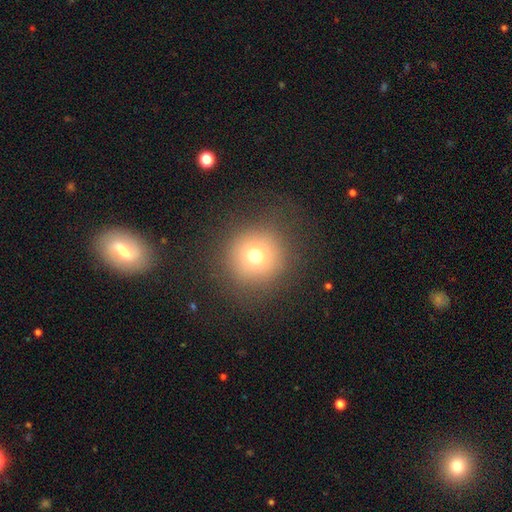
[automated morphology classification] type=smooth (71%); roundness=round (95%); merging=none (86%).